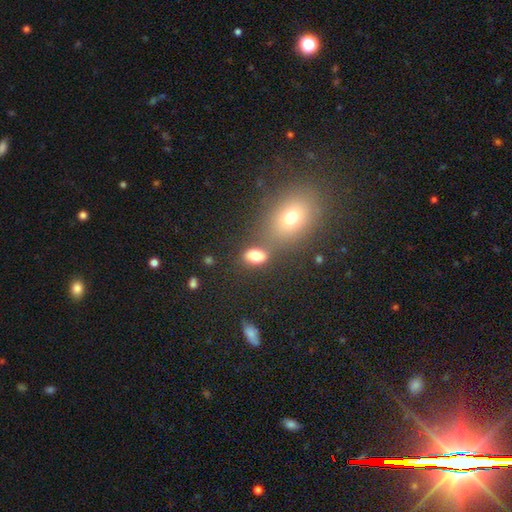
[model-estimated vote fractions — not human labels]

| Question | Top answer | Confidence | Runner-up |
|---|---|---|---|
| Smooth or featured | smooth | 81% | star or artifact (12%) |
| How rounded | in between | 83% | round (14%) |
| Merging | none | 64% | merger (16%) |